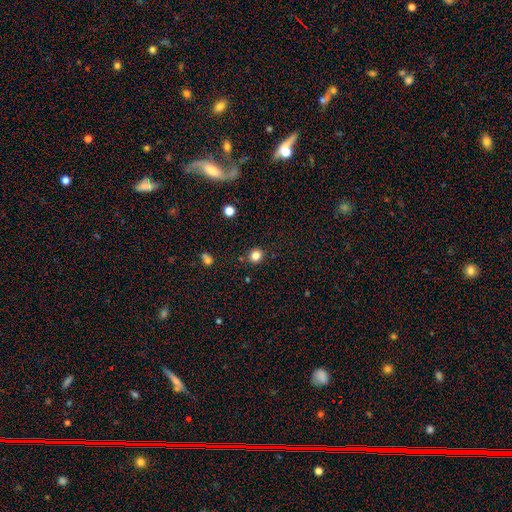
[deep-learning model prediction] Overall: smooth (83%). How rounded: round (83%). Merging: none (87%).